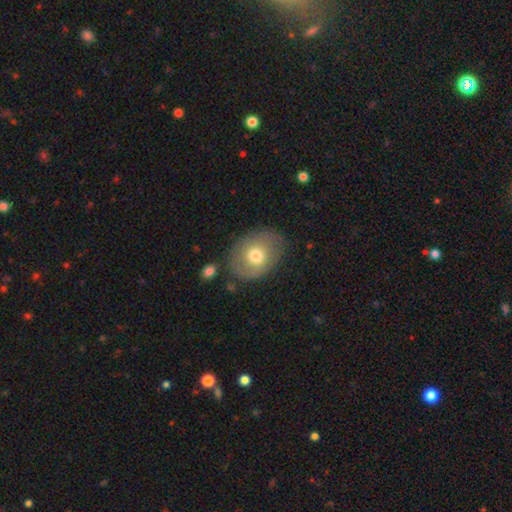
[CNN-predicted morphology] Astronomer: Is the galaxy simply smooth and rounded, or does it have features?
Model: smooth — 64%.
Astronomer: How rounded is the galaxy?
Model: in between — 59% (runner-up: round, 40%).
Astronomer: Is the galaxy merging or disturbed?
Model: none — 75%.